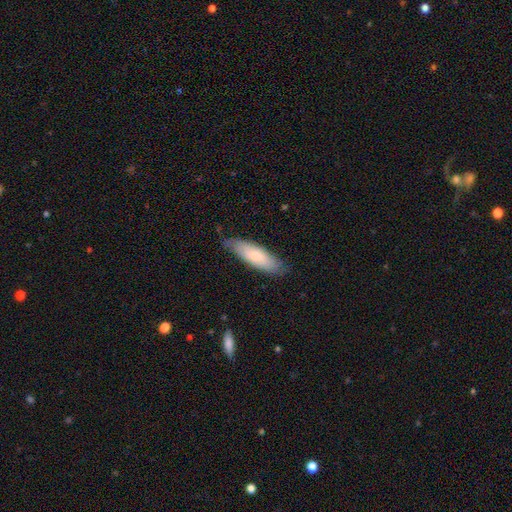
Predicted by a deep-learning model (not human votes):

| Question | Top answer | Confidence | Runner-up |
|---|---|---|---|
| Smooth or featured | smooth | 64% | featured or disk (31%) |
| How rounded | in between | 50% | cigar-shaped (48%) |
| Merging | none | 75% | minor disturbance (20%) |